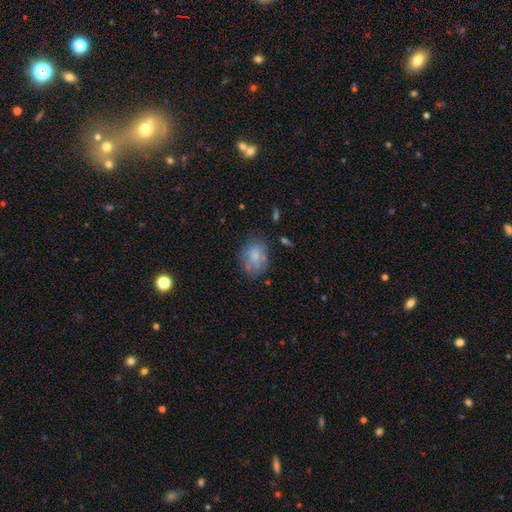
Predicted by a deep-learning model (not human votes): This is likely a smooth galaxy (68%). How rounded: likely in between (68%). Merging: likely none (63%).